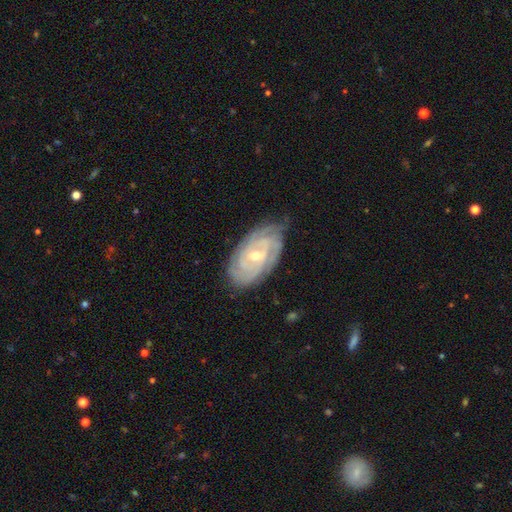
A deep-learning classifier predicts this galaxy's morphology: featured or disk 86%, smooth 8%, star or artifact 6%. Down the decision tree: edge-on disk — no (95%); bar — no (48%); spiral arms — yes (97%); spiral arm count — can't tell (31%); spiral winding — tight (78%); bulge size — small (54%); merging — none (77%).